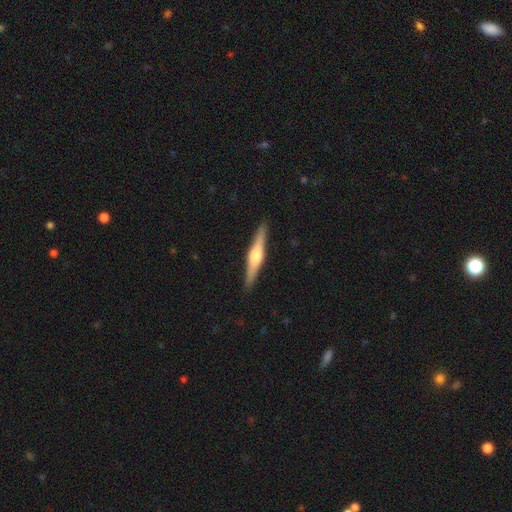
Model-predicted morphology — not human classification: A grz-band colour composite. It shows a featured or disk galaxy (68%) viewed edge-on (97%) with a rounded central bulge (91%). Merging: none (91%).